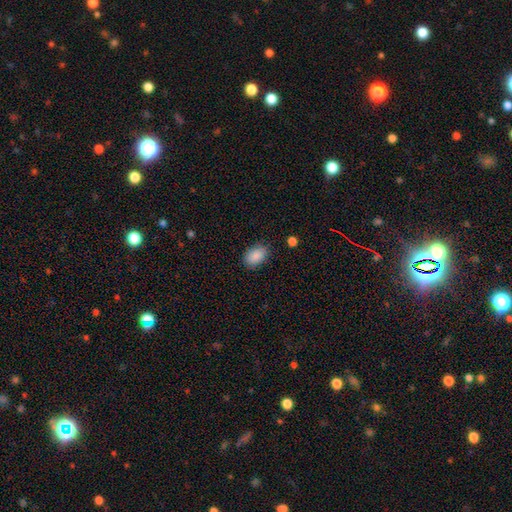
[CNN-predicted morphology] smooth_or_featured: smooth (p=0.89) [alt: star or artifact p=0.07]
how_rounded: in between (p=0.89) [alt: round p=0.10]
merging: none (p=0.85) [alt: minor disturbance p=0.11]